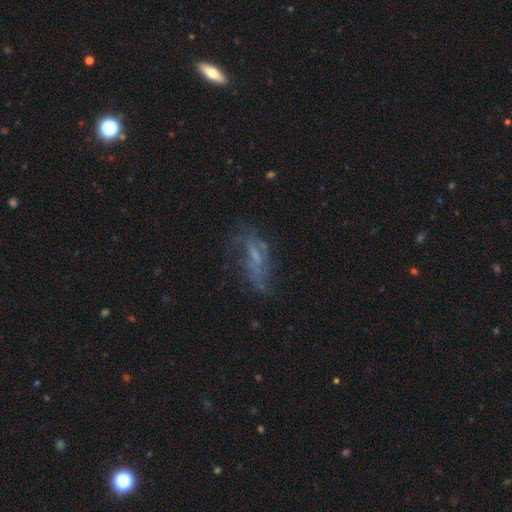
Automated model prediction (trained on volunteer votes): smooth_or_featured: featured or disk (p=0.52) [alt: smooth p=0.29]
disk_edge_on: no (p=0.85) [alt: yes p=0.15]
merging: none (p=0.46) [alt: major disturbance p=0.28]